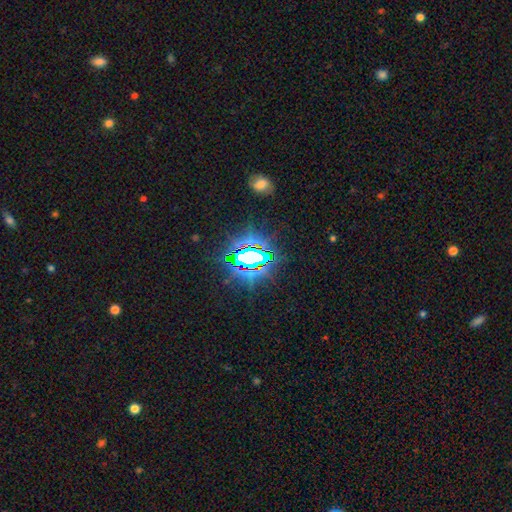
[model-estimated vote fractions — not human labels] A star or artifact, not a galaxy (81%).